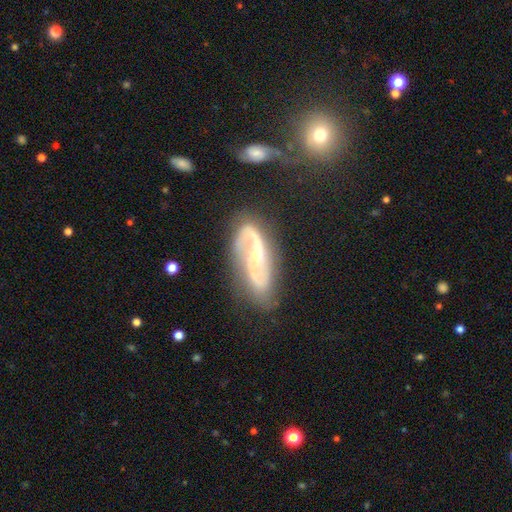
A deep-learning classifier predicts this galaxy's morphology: Smooth or featured?
  - featured or disk: 86% *
  - smooth: 8%
  - star or artifact: 6%
Edge-on disk?
  - no: 94% *
  - yes: 6%
Bar?
  - no: 48% *
  - weak: 36%
  - strong: 16%
Spiral arms?
  - yes: 96% *
  - no: 4%
Spiral winding?
  - medium: 47% *
  - loose: 28%
  - tight: 25%
Spiral arm count?
  - 2: 83% *
  - can't tell: 7%
  - 1: 5%
  - 3: 3%
  - 4: 1%
  - more than 4: 1%
Bulge size?
  - small: 68% *
  - moderate: 27%
  - none: 3%
  - large: 1%
  - dominant: 1%
Merging?
  - none: 68% *
  - minor disturbance: 20%
  - major disturbance: 9%
  - merger: 4%